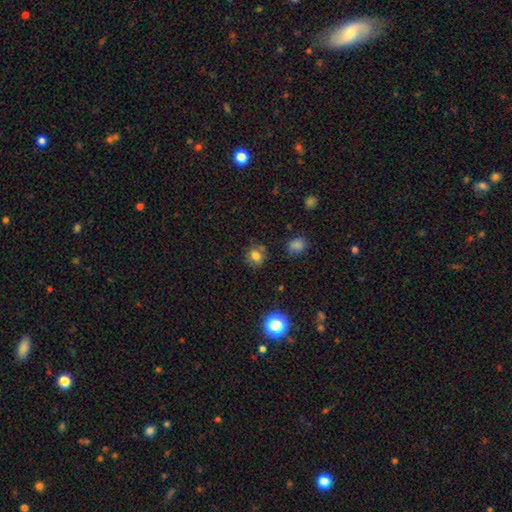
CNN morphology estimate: This is likely a smooth galaxy (75%). How rounded: likely round (76%). Merging: likely none (77%).